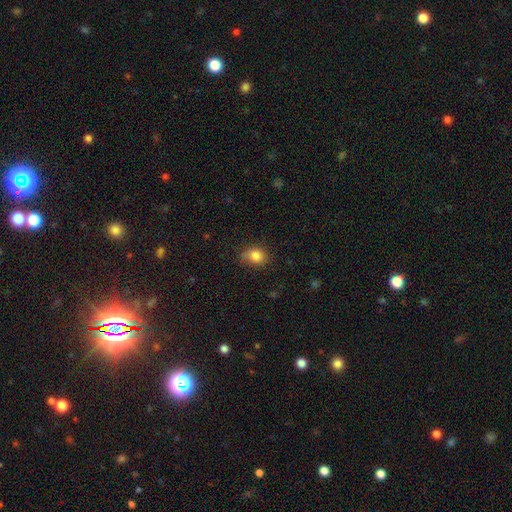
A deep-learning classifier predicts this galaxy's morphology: A smooth galaxy with no disk features (84%) that is round (51%). Merging: none (72%).